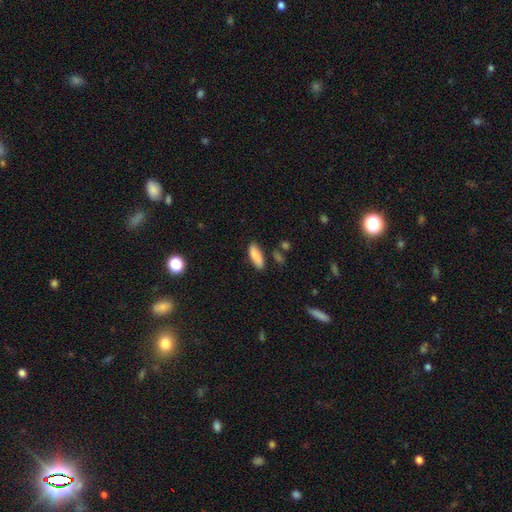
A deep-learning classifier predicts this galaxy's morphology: A smooth galaxy with no disk features (86%) that is in between round and cigar-shaped (62%).

Vote fractions:
- Smooth or featured? smooth: 86% / star or artifact: 7% / featured or disk: 7%
- How rounded? in between: 62% / cigar-shaped: 36% / round: 2%
- Merging? none: 80% / minor disturbance: 14% / merger: 3% / major disturbance: 3%